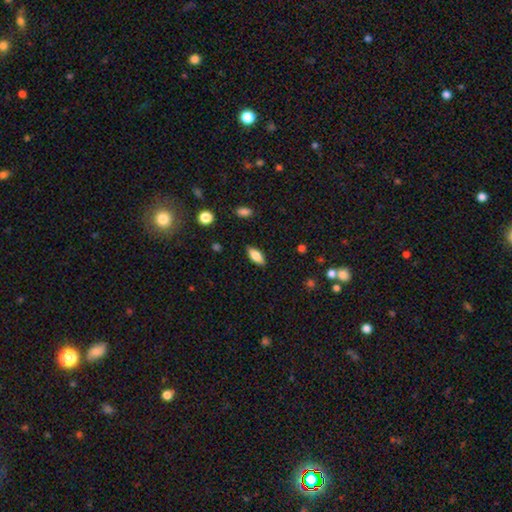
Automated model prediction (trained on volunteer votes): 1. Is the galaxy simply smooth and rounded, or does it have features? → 72% smooth, 21% featured or disk, 7% star or artifact.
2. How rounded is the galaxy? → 78% in between, 20% cigar-shaped, 3% round.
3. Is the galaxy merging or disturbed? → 86% none, 10% minor disturbance, 2% major disturbance, 1% merger.